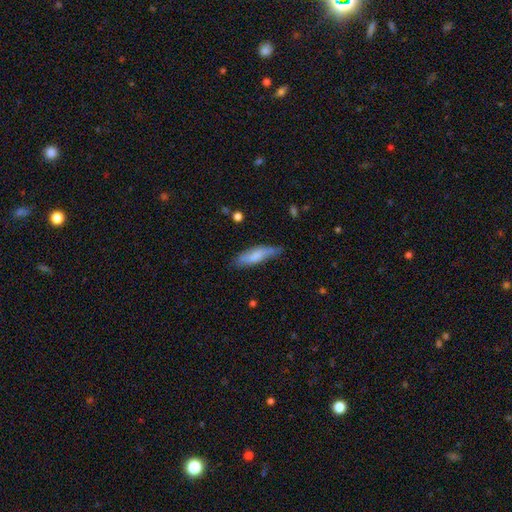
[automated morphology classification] Smooth or featured? Predicted: smooth (p=0.72). How rounded? Predicted: cigar-shaped (p=0.56). Merging? Predicted: none (p=0.65).